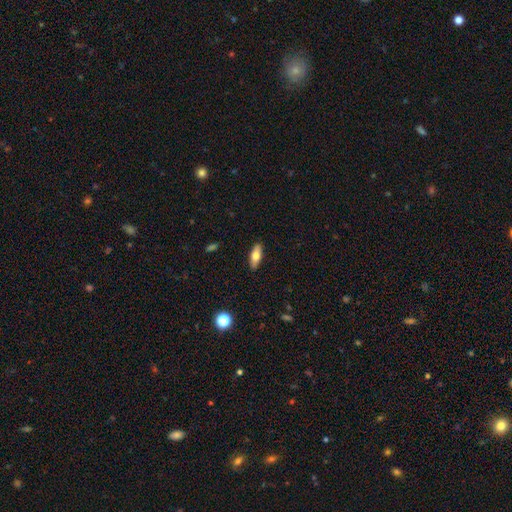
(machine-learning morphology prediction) This appears to be a smooth galaxy with no disk features (70%) that is in between round and cigar-shaped (70%). Merging: none (89%).